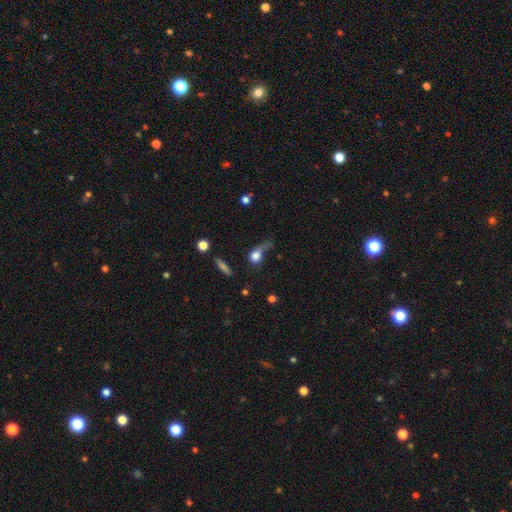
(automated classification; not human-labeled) A smooth galaxy with no disk features (69%) that is round (55%).

Vote fractions:
- Smooth or featured? smooth: 69% / featured or disk: 20% / star or artifact: 10%
- How rounded? round: 55% / in between: 38% / cigar-shaped: 7%
- Merging? major disturbance: 47% / none: 26% / minor disturbance: 19% / merger: 8%